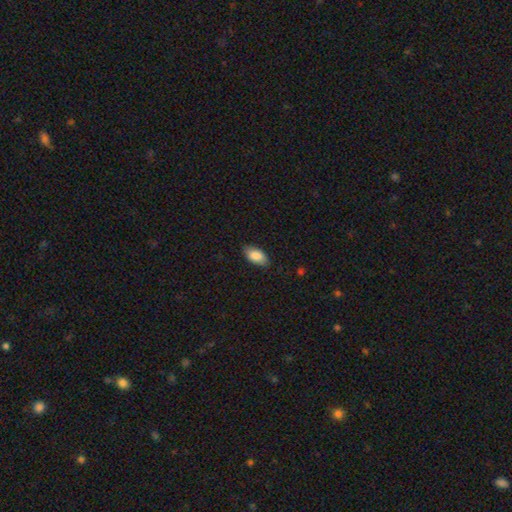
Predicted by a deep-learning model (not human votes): A smooth galaxy with no disk features (86%) that is in between round and cigar-shaped (94%). Merging: none (83%).